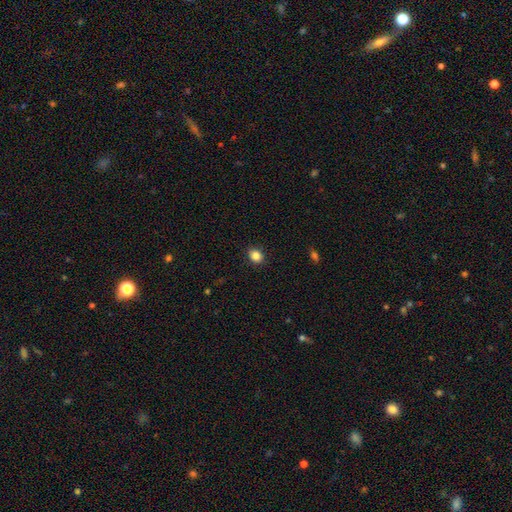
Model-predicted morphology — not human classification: Overall: smooth (86%). How rounded: round (53%; in between 46%). Merging: none (89%).